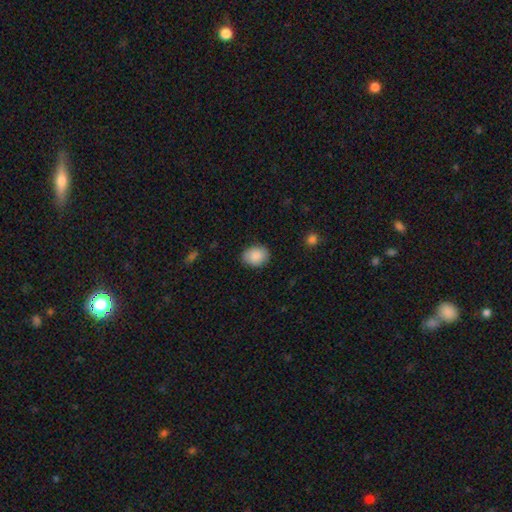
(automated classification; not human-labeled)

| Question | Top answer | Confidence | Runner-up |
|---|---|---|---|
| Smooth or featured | smooth | 87% | star or artifact (7%) |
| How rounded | in between | 55% | round (44%) |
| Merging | none | 83% | minor disturbance (13%) |